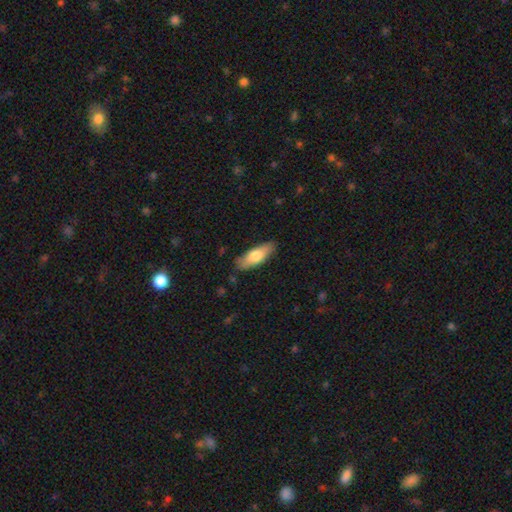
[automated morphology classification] Smooth or featured?
  - smooth: 69% *
  - featured or disk: 25%
  - star or artifact: 6%
How rounded?
  - in between: 66% *
  - cigar-shaped: 32%
  - round: 2%
Merging?
  - none: 83% *
  - minor disturbance: 13%
  - major disturbance: 2%
  - merger: 1%